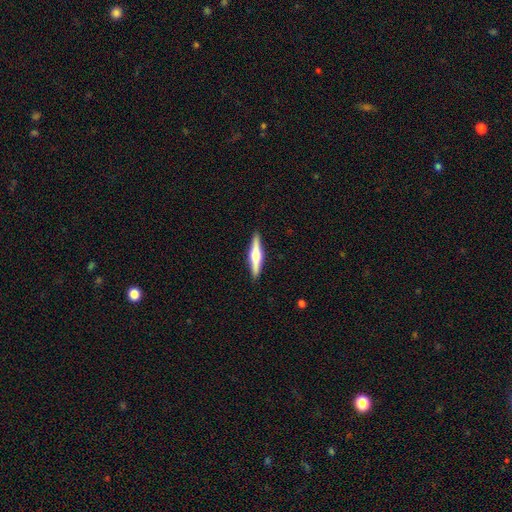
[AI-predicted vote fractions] featured or disk 64%, smooth 31%, star or artifact 5%. Down the decision tree: edge-on disk — yes (97%); edge-on bulge — rounded (90%); merging — none (91%).